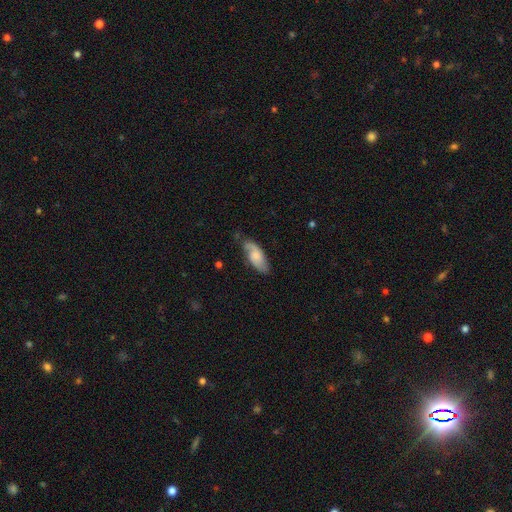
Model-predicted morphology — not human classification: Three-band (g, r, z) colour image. It shows a featured or disk galaxy (48%). Merging: none (63%).